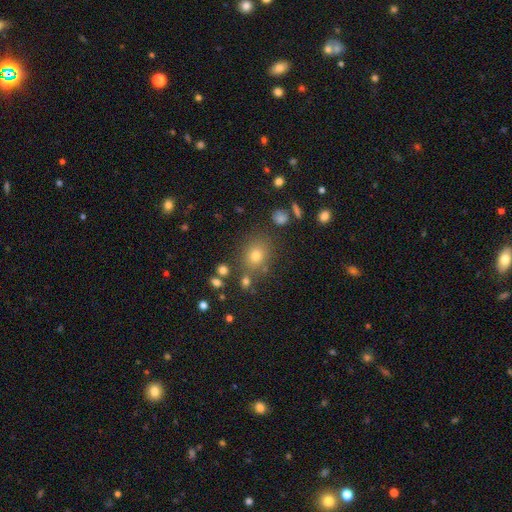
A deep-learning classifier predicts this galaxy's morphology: A smooth galaxy with no disk features (71%) that is round (70%).

Vote fractions:
- Smooth or featured? smooth: 71% / star or artifact: 20% / featured or disk: 9%
- How rounded? round: 70% / in between: 29% / cigar-shaped: 1%
- Merging? none: 78% / minor disturbance: 11% / merger: 7% / major disturbance: 4%